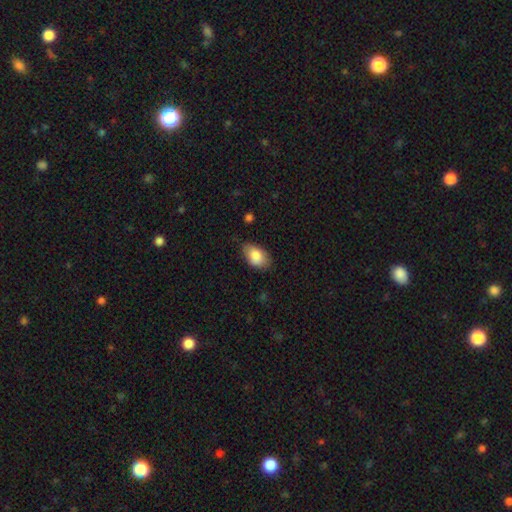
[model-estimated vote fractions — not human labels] Morphology: type=smooth (85%); roundness=in between (90%); merging=none (67%).